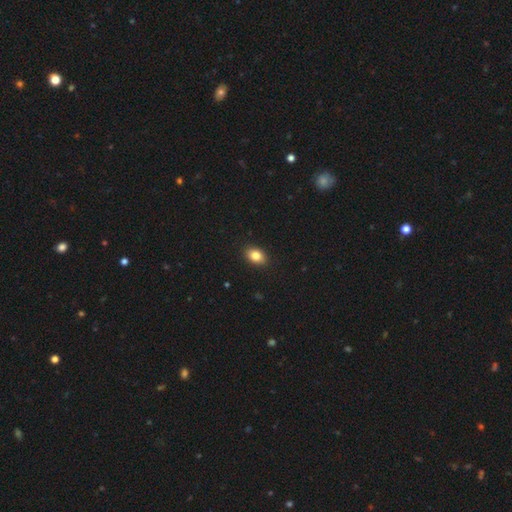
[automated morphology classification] A smooth galaxy with no disk features (83%) that is in between round and cigar-shaped (77%).

Vote fractions:
- Smooth or featured? smooth: 83% / star or artifact: 9% / featured or disk: 8%
- How rounded? in between: 77% / round: 22% / cigar-shaped: 1%
- Merging? none: 90% / minor disturbance: 8% / major disturbance: 2% / merger: 1%